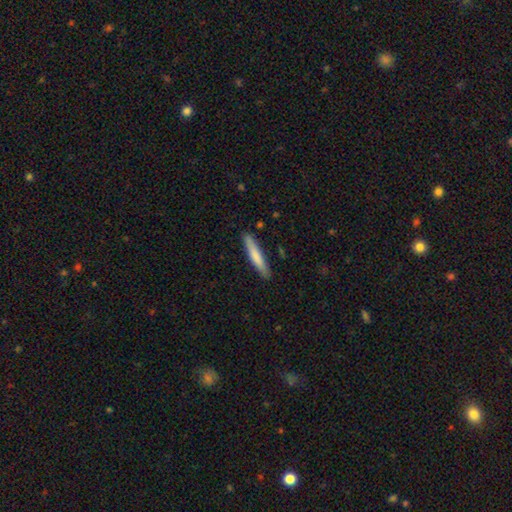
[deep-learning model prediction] smooth_or_featured: smooth (p=0.73) [alt: featured or disk p=0.22]
how_rounded: cigar-shaped (p=0.93) [alt: in between p=0.06]
merging: none (p=0.88) [alt: minor disturbance p=0.09]